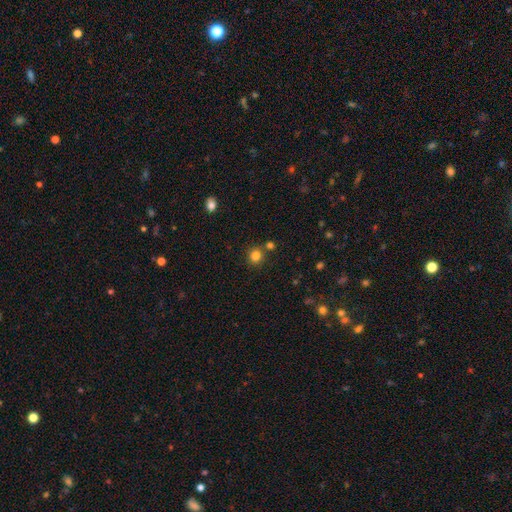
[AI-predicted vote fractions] This appears to be a smooth galaxy with no disk features (82%) that is round (87%). Merging: none (78%).